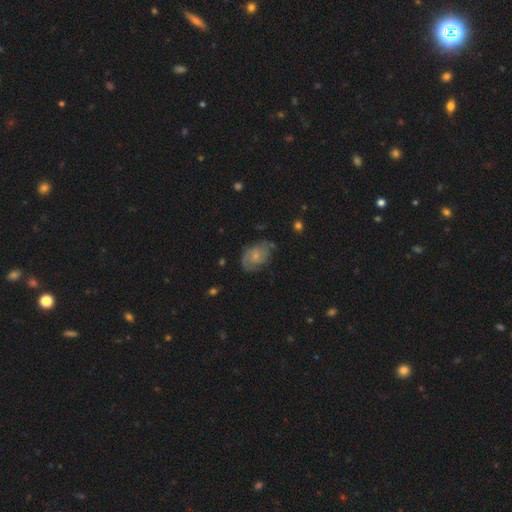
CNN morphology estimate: Overall: smooth (47%; featured or disk 45%). Merging: none (59%; minor disturbance 28%).